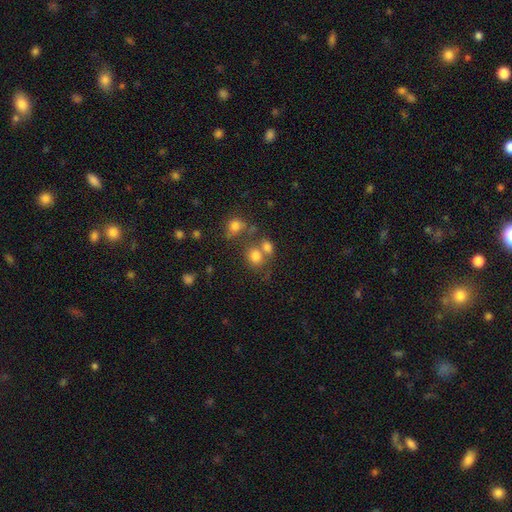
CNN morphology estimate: Smooth or featured? smooth (75%)
How rounded? round (62%)
Merging? none (45%)